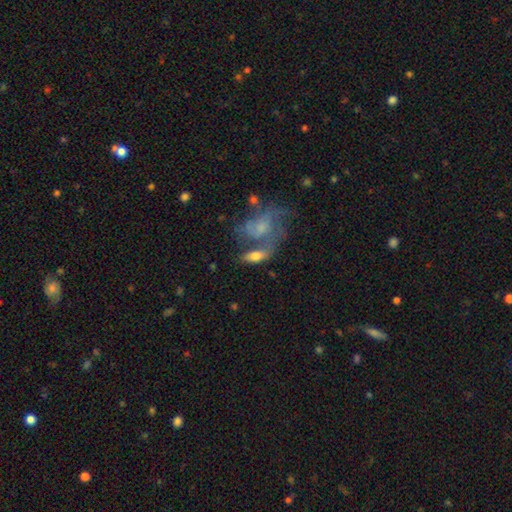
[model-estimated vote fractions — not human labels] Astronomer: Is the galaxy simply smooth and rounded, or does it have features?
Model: smooth — 58%.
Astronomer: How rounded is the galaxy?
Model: in between — 77%.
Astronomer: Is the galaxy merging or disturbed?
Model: none — 37% (runner-up: merger, 36%).